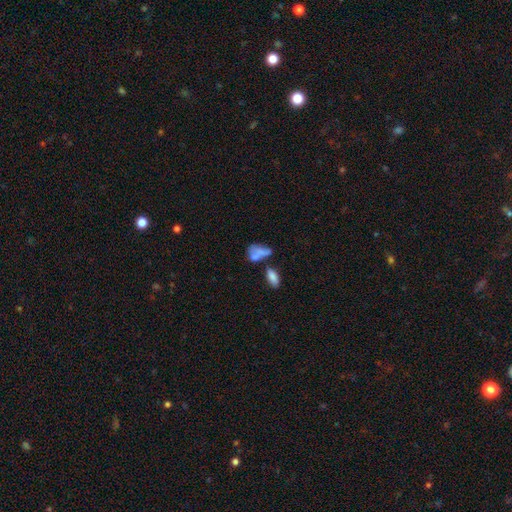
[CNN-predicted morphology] smooth-or-featured: smooth: 61% | featured or disk: 27% | star or artifact: 12%
  how-rounded: in between: 79% | round: 14% | cigar-shaped: 7%
  merging: merger: 44% | none: 27% | minor disturbance: 15% | major disturbance: 14%